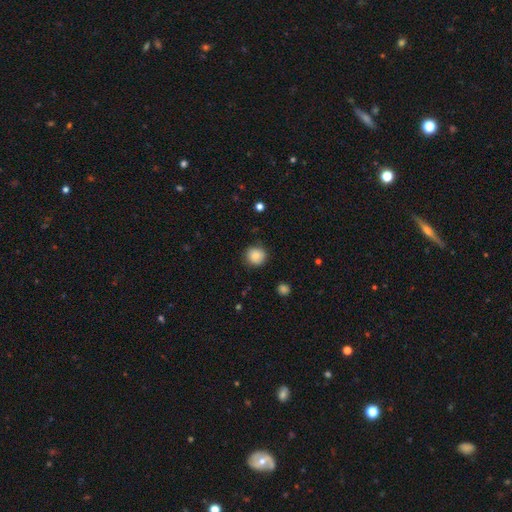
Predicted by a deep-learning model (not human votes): Smooth or featured: smooth — 84% (star or artifact — 9%)
How rounded: round — 92% (in between — 7%)
Merging: none — 84% (minor disturbance — 12%)